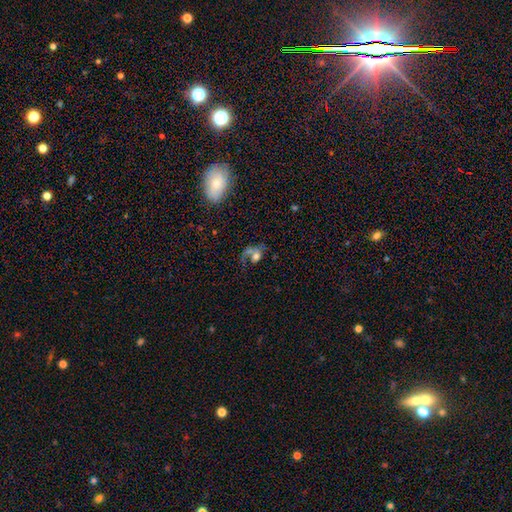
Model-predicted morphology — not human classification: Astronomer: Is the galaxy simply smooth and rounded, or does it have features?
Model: smooth — 46% (runner-up: featured or disk, 39%).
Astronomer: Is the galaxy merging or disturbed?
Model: major disturbance — 36% (runner-up: none, 26%).